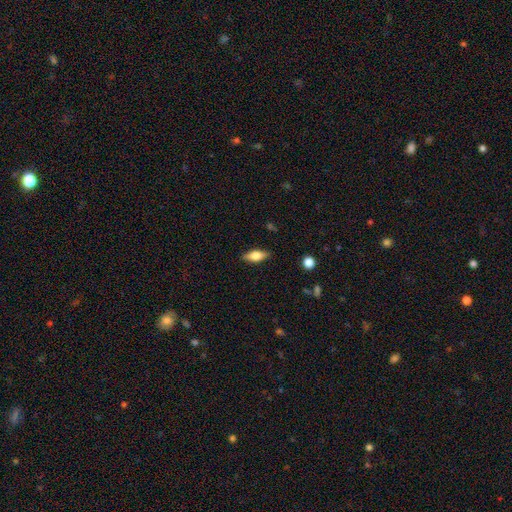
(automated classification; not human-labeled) Smooth or featured? Predicted: smooth (p=0.62). How rounded? Predicted: in between (p=0.75). Merging? Predicted: none (p=0.86).